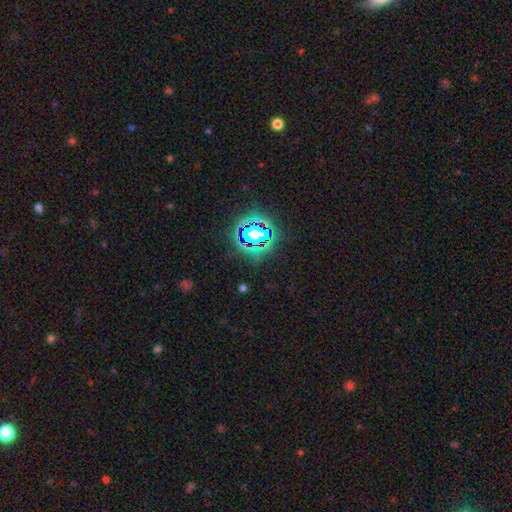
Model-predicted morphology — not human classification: Q: Smooth or featured?
A: star or artifact (81%); runner-up: smooth (12%)